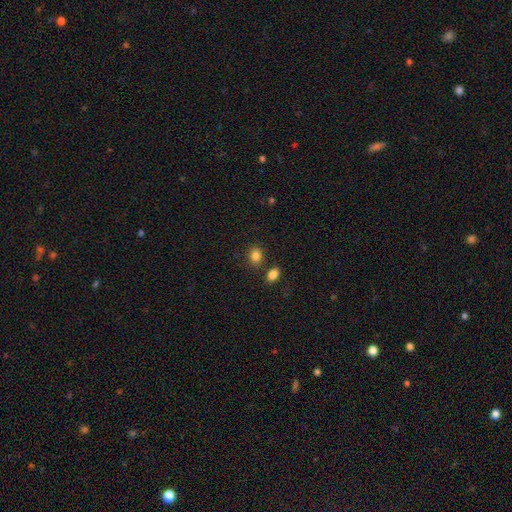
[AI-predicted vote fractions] A smooth galaxy with no disk features (85%) that is round (52%).

Vote fractions:
- Smooth or featured? smooth: 85% / star or artifact: 11% / featured or disk: 5%
- How rounded? round: 52% / in between: 47% / cigar-shaped: 1%
- Merging? none: 77% / minor disturbance: 11% / merger: 10% / major disturbance: 3%